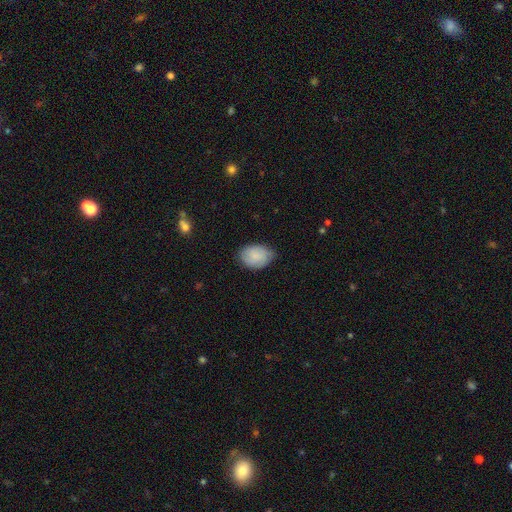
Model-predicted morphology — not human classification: smooth-or-featured: smooth: 76% | featured or disk: 17% | star or artifact: 7%
  how-rounded: in between: 77% | round: 22% | cigar-shaped: 1%
  merging: none: 70% | minor disturbance: 25% | major disturbance: 4% | merger: 1%